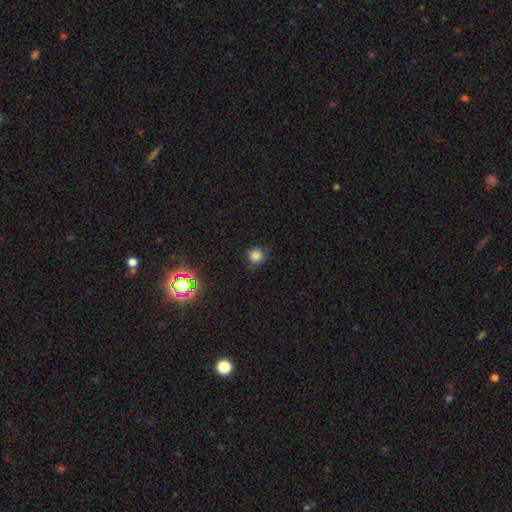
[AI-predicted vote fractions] This appears to be a smooth galaxy with no disk features (80%) that is round (93%). Merging: none (82%).